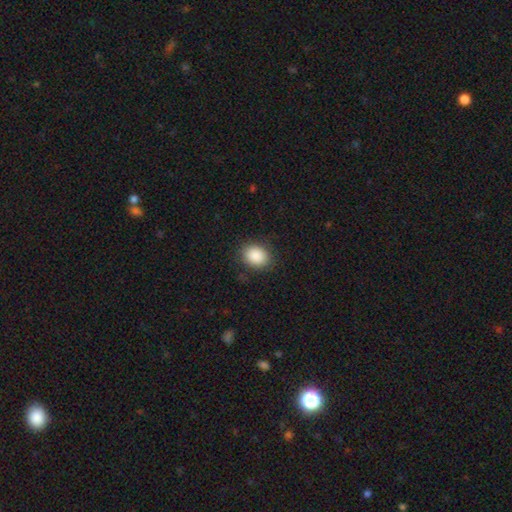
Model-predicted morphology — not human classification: smooth-or-featured: smooth: 88% | star or artifact: 8% | featured or disk: 4%
  how-rounded: in between: 54% | round: 45% | cigar-shaped: 1%
  merging: none: 86% | minor disturbance: 10% | major disturbance: 3% | merger: 1%